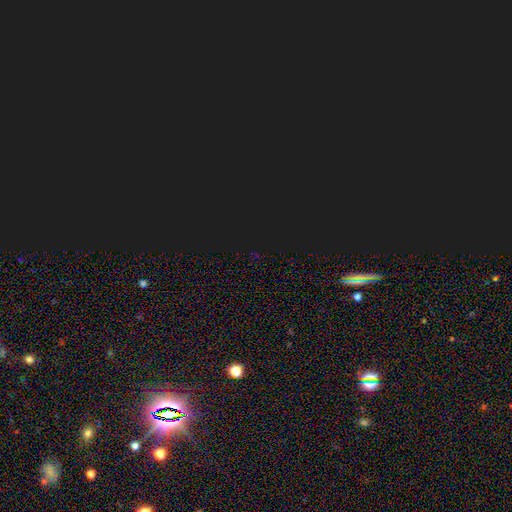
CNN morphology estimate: type=star or artifact (79%).